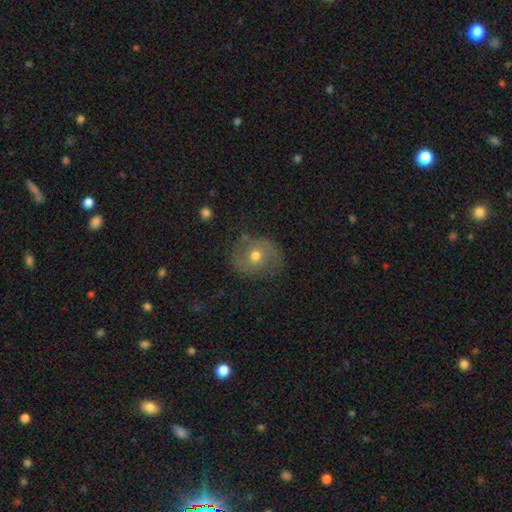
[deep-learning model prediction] Overall: smooth (47%; featured or disk 42%). Merging: none (72%).